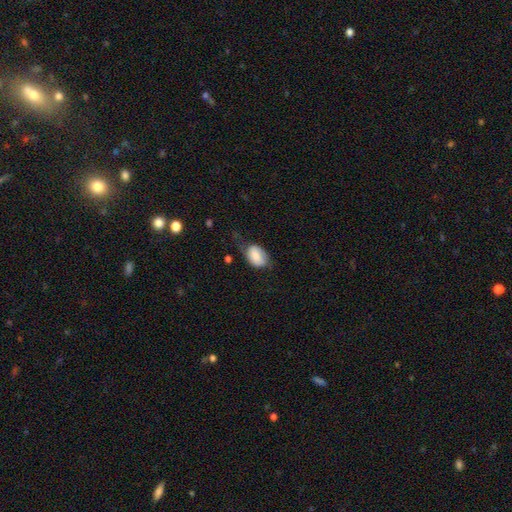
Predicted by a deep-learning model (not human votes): This is likely a smooth galaxy (75%). How rounded: clearly in between (87%). Merging: marginally none (40%).